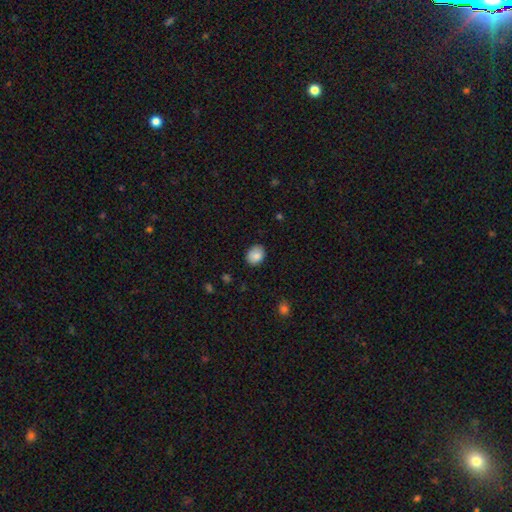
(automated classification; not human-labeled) Smooth or featured? smooth (84%)
How rounded? in between (54%)
Merging? none (80%)